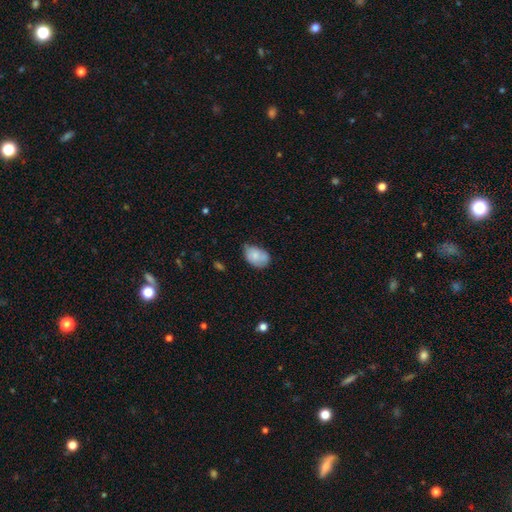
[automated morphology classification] The model was most divided on "merging": none: 48%, minor disturbance: 40%, major disturbance: 9%, merger: 4%. More confident: how rounded — in between (83%); smooth or featured — smooth (77%).